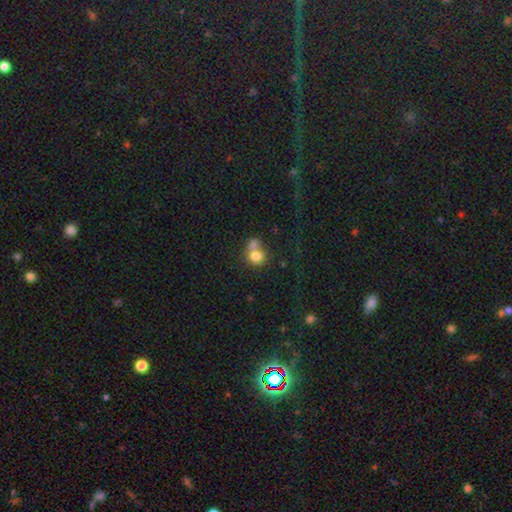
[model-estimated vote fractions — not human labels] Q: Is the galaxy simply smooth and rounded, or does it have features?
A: smooth — 77%.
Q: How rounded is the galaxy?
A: round — 79%.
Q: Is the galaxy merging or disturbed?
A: merger — 54%.